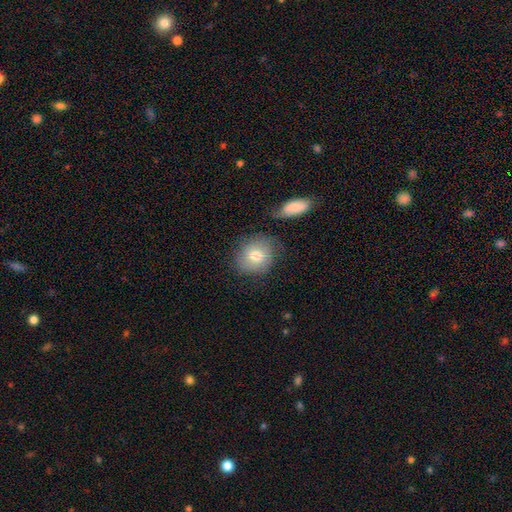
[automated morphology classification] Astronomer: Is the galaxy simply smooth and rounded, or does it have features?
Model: smooth — 76%.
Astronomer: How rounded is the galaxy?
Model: round — 77%.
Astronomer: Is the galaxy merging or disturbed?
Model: none — 70%.